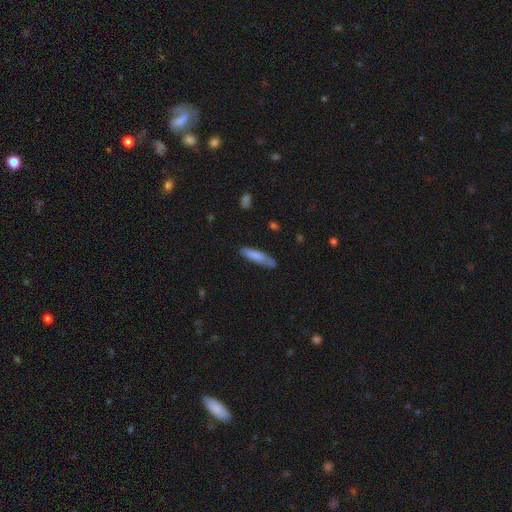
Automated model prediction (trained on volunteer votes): Smooth or featured? smooth (76%)
How rounded? cigar-shaped (71%)
Merging? none (71%)